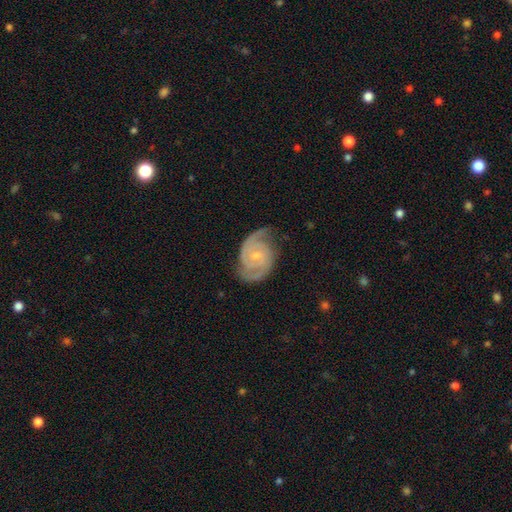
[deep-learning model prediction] A featured or disk galaxy (91%) with no bar (56%), 2 (84%) tight (51%) spiral arms (98%) and a small central bulge (67%). Merging: none (76%).